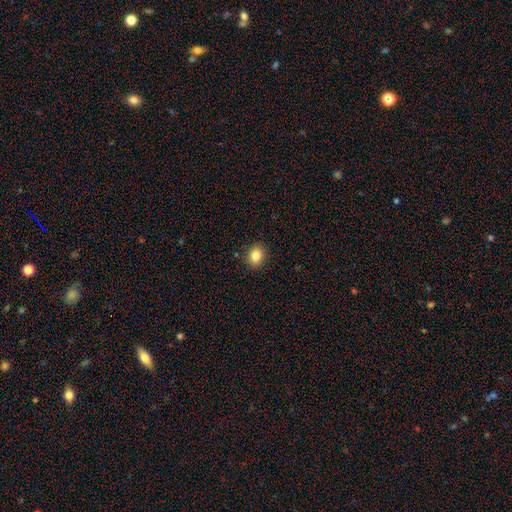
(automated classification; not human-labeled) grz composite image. It shows a smooth galaxy with no disk features (84%) that is round (57%). Merging: none (88%).